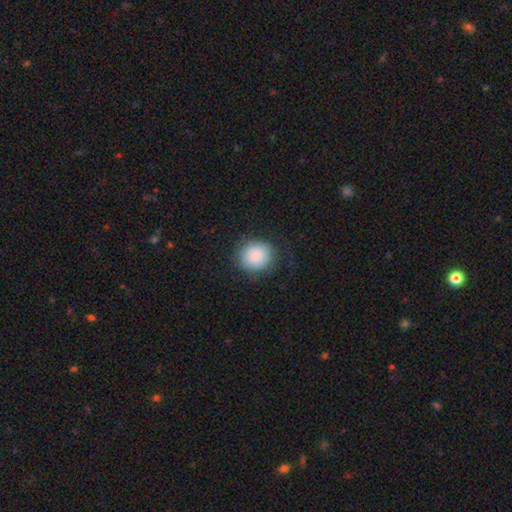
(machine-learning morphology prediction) Overall: smooth (86%). How rounded: round (83%). Merging: none (80%).